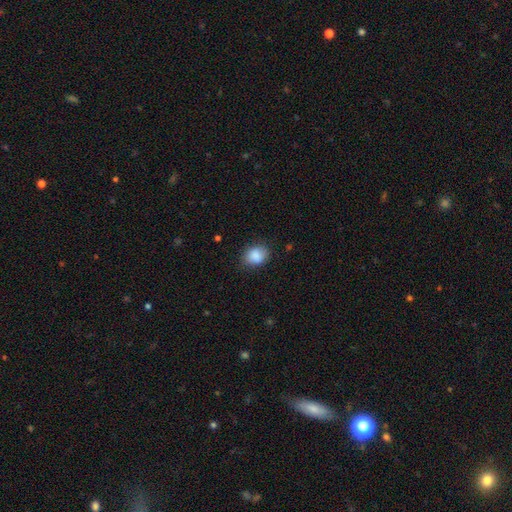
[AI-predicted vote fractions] Morphology: type=smooth (87%); roundness=in between (56%); merging=none (76%).